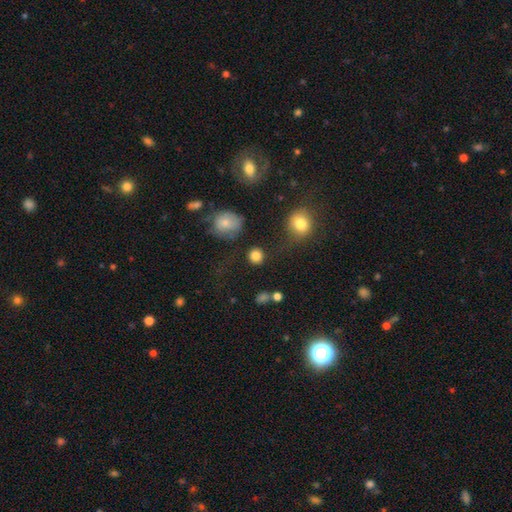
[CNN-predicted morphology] smooth 84%, star or artifact 11%, featured or disk 5%. Down the decision tree: how rounded — round (89%); merging — none (79%).